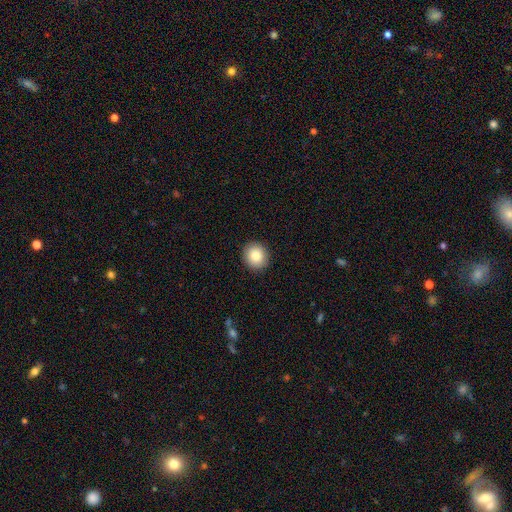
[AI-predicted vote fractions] Overall: smooth (86%). How rounded: round (86%). Merging: none (92%).